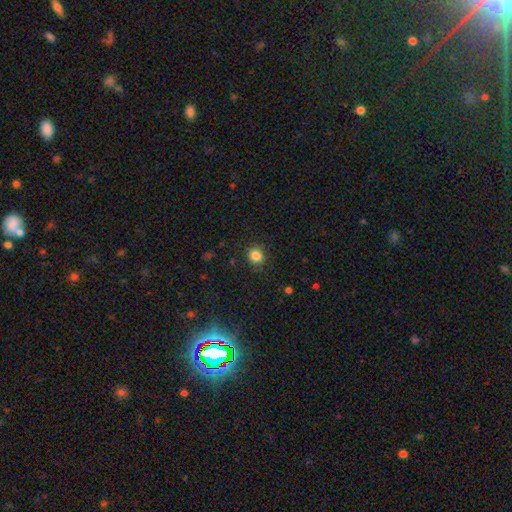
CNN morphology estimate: smooth_or_featured: smooth (p=0.84) [alt: star or artifact p=0.12]
how_rounded: round (p=0.83) [alt: in between p=0.16]
merging: none (p=0.88) [alt: minor disturbance p=0.08]